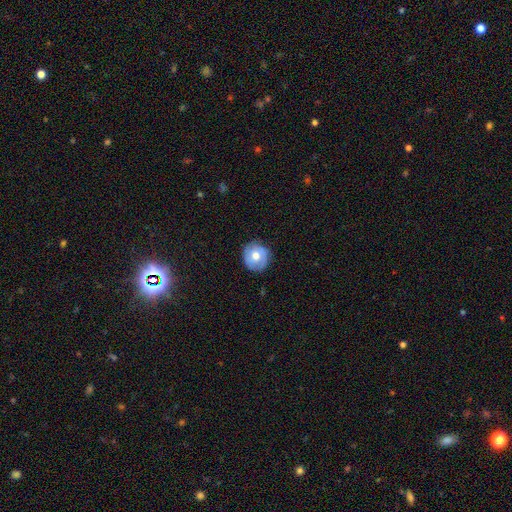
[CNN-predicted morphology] type=smooth (49%); merging=none (81%).